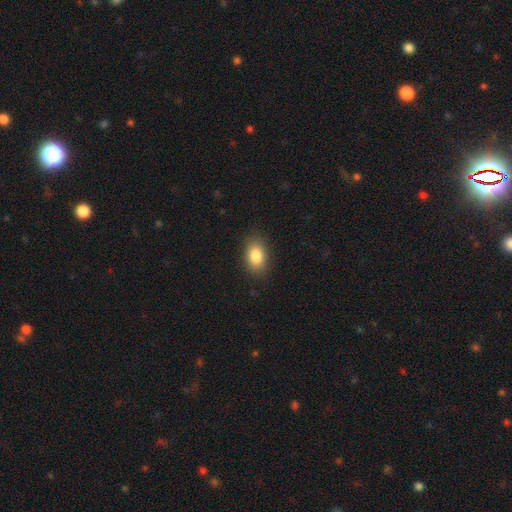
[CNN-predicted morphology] Smooth or featured?
  - smooth: 85% *
  - star or artifact: 8%
  - featured or disk: 7%
How rounded?
  - in between: 87% *
  - round: 12%
  - cigar-shaped: 2%
Merging?
  - none: 86% *
  - minor disturbance: 10%
  - major disturbance: 3%
  - merger: 1%